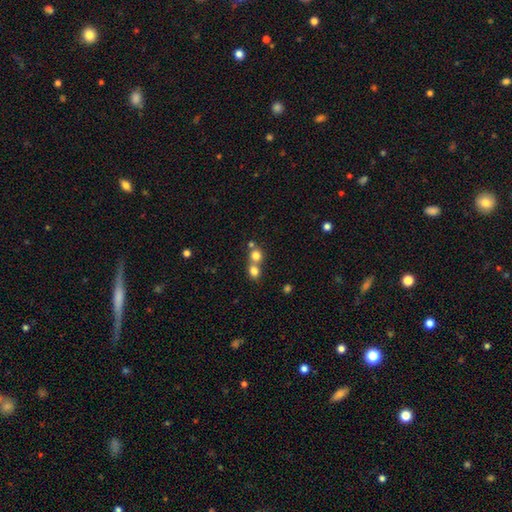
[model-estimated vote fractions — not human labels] This appears to be a smooth galaxy with no disk features (77%) that is round (83%). Merging: merger (56%).